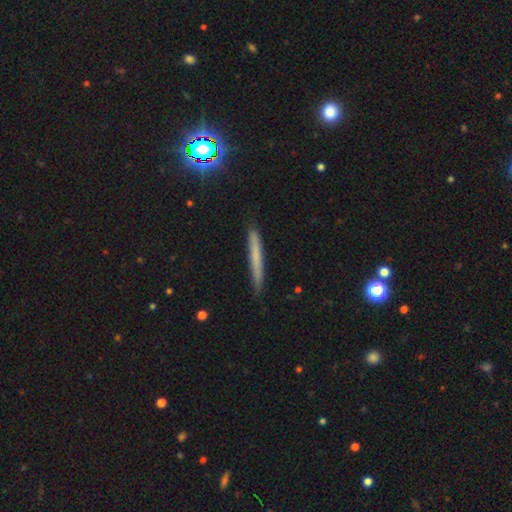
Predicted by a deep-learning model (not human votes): Smooth or featured? smooth (59%)
How rounded? cigar-shaped (96%)
Merging? none (88%)